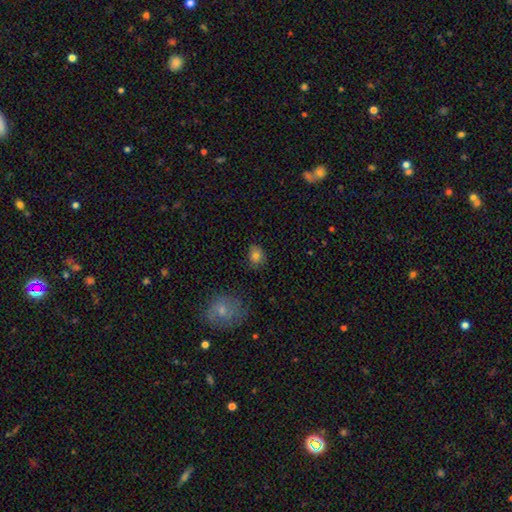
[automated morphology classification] smooth-or-featured: smooth: 82% | star or artifact: 11% | featured or disk: 7%
  how-rounded: round: 59% | in between: 40% | cigar-shaped: 1%
  merging: none: 80% | minor disturbance: 14% | major disturbance: 3% | merger: 2%